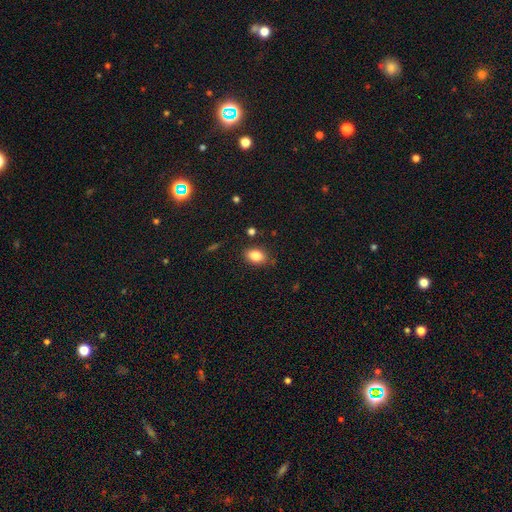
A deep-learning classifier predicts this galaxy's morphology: A smooth galaxy with no disk features (83%) that is in between round and cigar-shaped (81%). Merging: none (82%).